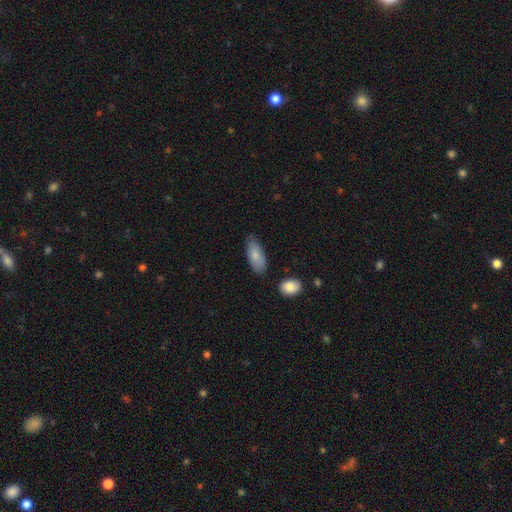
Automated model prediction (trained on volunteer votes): smooth_or_featured: smooth (p=0.80) [alt: featured or disk p=0.15]
how_rounded: in between (p=0.86) [alt: cigar-shaped p=0.12]
merging: none (p=0.70) [alt: minor disturbance p=0.22]